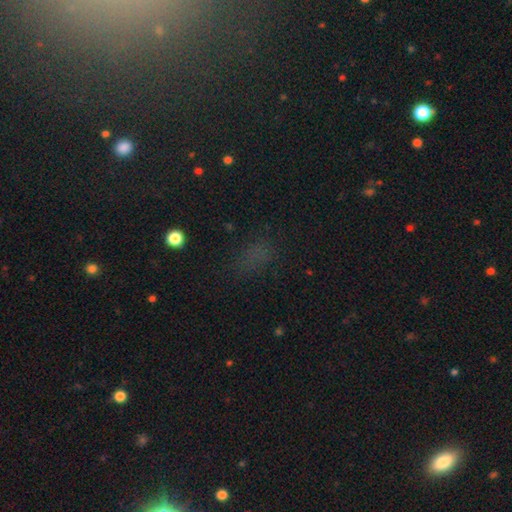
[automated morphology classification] A smooth galaxy with no disk features (50%) that is in between round and cigar-shaped (68%). Merging: none (70%).